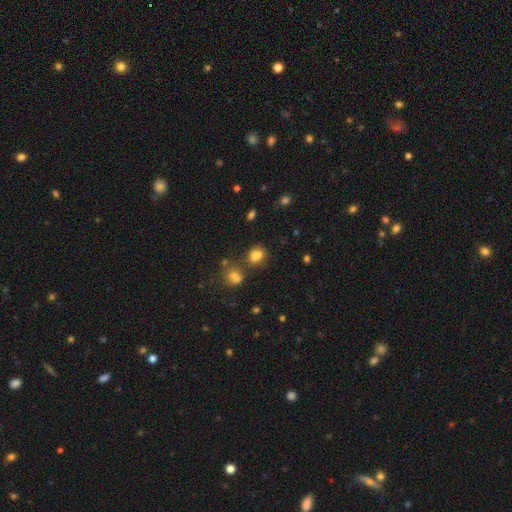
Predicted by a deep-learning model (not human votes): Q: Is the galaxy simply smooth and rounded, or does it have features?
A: smooth — 79%.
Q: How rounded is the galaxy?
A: round — 62%.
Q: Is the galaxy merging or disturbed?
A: none — 67%.